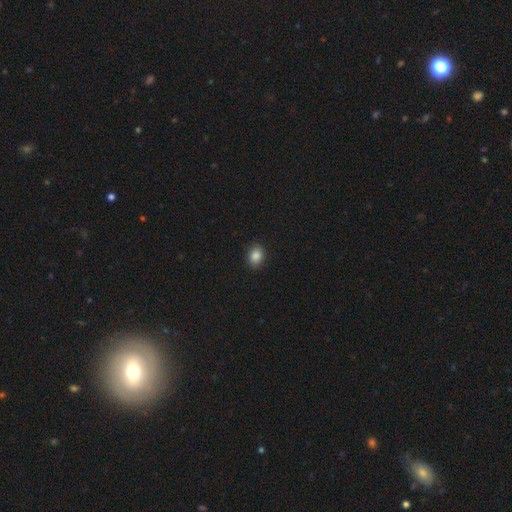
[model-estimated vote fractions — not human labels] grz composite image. It shows a smooth galaxy with no disk features (86%) that is in between round and cigar-shaped (58%). Merging: none (89%).